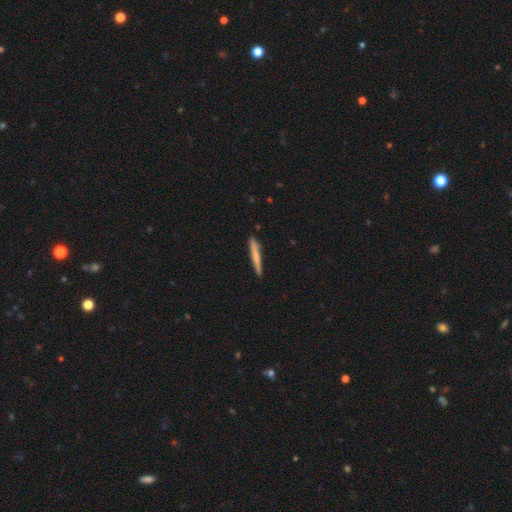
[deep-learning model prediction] A smooth galaxy with no disk features (66%) that is cigar-shaped (96%). Merging: none (90%).